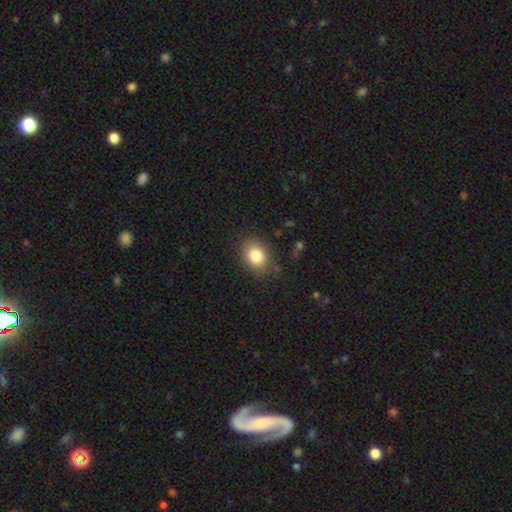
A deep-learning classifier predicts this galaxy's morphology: Q: Smooth or featured?
A: smooth (83%); runner-up: star or artifact (10%)
Q: How rounded?
A: in between (54%); runner-up: round (45%)
Q: Merging?
A: none (83%); runner-up: minor disturbance (12%)